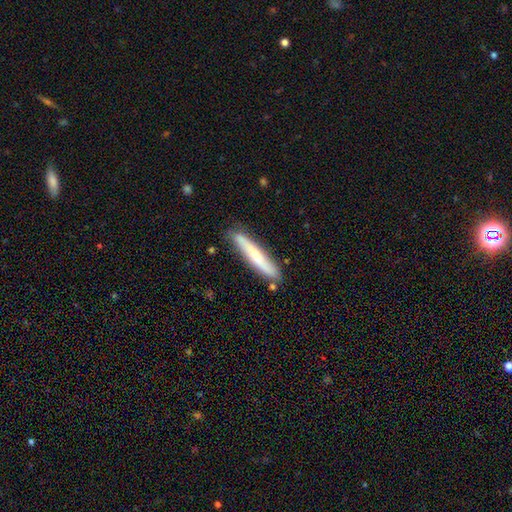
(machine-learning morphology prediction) A smooth galaxy with no disk features (57%) that is cigar-shaped (92%).

Vote fractions:
- Smooth or featured? smooth: 57% / featured or disk: 38% / star or artifact: 6%
- How rounded? cigar-shaped: 92% / in between: 6% / round: 1%
- Merging? none: 82% / minor disturbance: 13% / merger: 3% / major disturbance: 2%